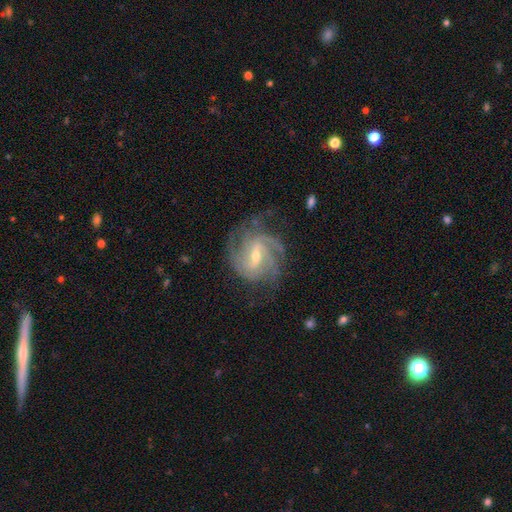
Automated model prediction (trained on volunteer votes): smooth_or_featured: featured or disk (p=0.90) [alt: star or artifact p=0.05]
disk_edge_on: no (p=0.97) [alt: yes p=0.03]
bar: weak (p=0.52) [alt: strong p=0.29]
has_spiral_arms: yes (p=0.97) [alt: no p=0.03]
spiral_winding: tight (p=0.46) [alt: medium p=0.44]
spiral_arm_count: 3 (p=0.31) [alt: 2 p=0.26]
bulge_size: small (p=0.58) [alt: moderate p=0.39]
merging: none (p=0.70) [alt: minor disturbance p=0.18]